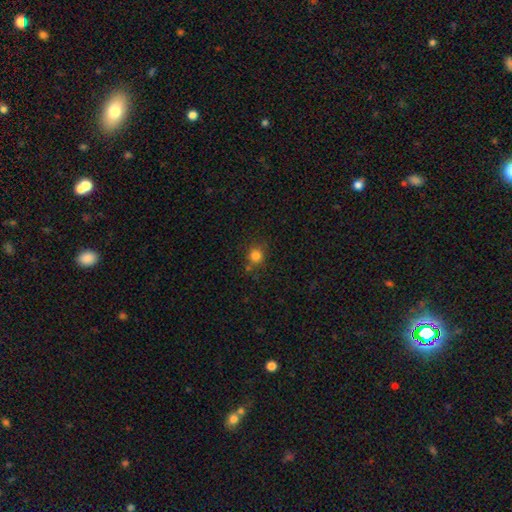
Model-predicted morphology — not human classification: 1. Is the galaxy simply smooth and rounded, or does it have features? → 82% smooth, 13% star or artifact, 5% featured or disk.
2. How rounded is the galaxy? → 89% round, 10% in between, 1% cigar-shaped.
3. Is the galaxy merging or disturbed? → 73% none, 14% minor disturbance, 8% merger, 4% major disturbance.